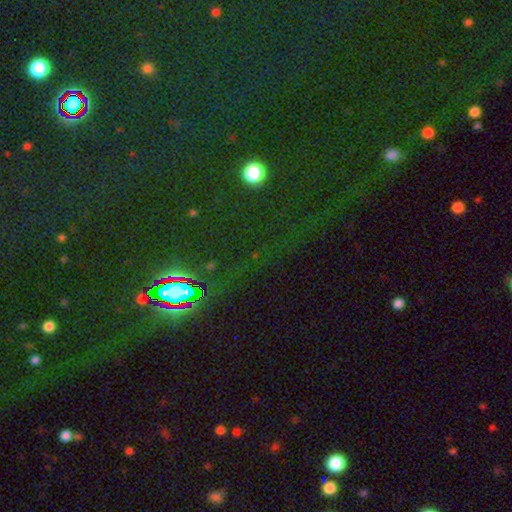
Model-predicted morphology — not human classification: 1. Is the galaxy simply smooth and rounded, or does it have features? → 71% star or artifact, 21% smooth, 8% featured or disk.